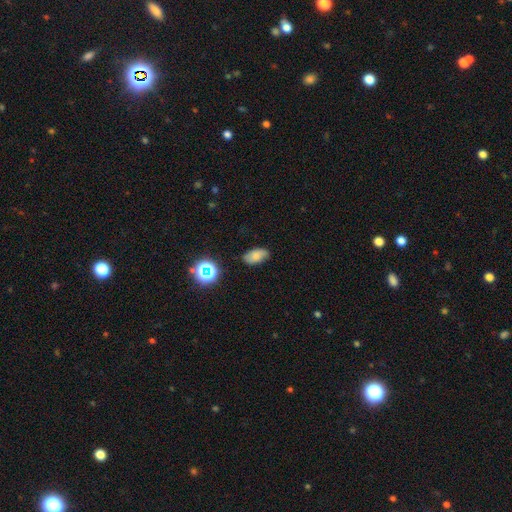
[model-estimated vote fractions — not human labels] Smooth or featured? Predicted: smooth (p=0.72). How rounded? Predicted: in between (p=0.91). Merging? Predicted: none (p=0.82).